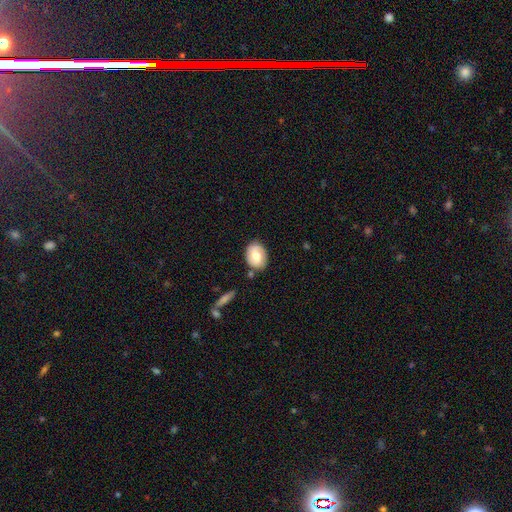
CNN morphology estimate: A smooth galaxy with no disk features (65%) that is in between round and cigar-shaped (66%).

Vote fractions:
- Smooth or featured? smooth: 65% / featured or disk: 28% / star or artifact: 7%
- How rounded? in between: 66% / round: 33% / cigar-shaped: 1%
- Merging? none: 77% / minor disturbance: 15% / merger: 5% / major disturbance: 3%